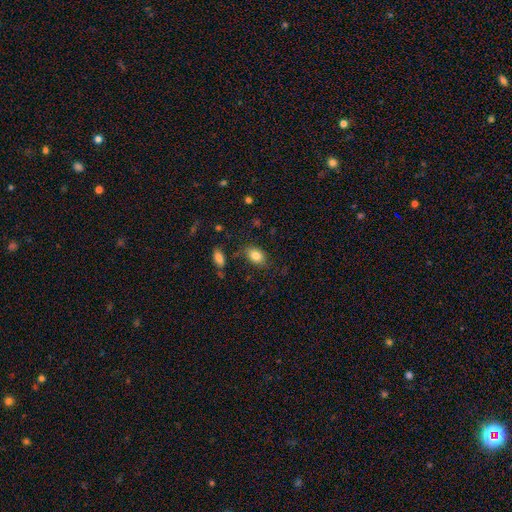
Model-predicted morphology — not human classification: A smooth galaxy with no disk features (83%) that is in between round and cigar-shaped (79%). Merging: none (75%).